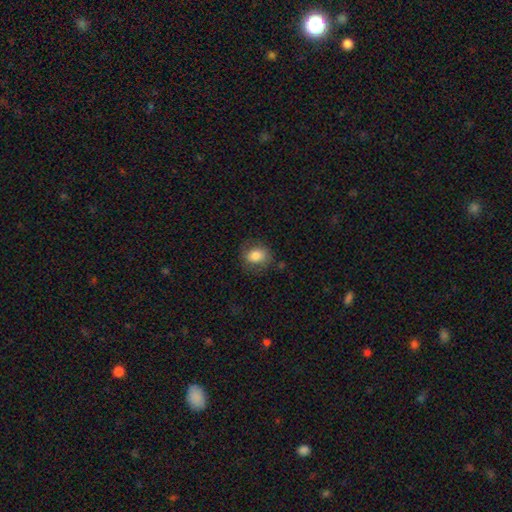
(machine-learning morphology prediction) Overall: smooth (78%). How rounded: in between (52%; round 47%). Merging: none (73%).